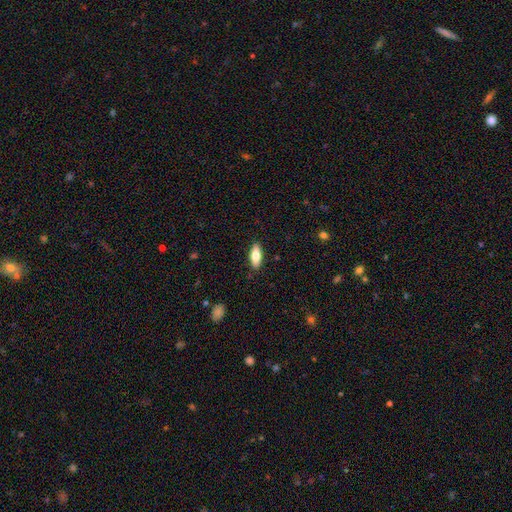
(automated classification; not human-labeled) Smooth or featured? Predicted: smooth (p=0.70). How rounded? Predicted: in between (p=0.69). Merging? Predicted: none (p=0.89).